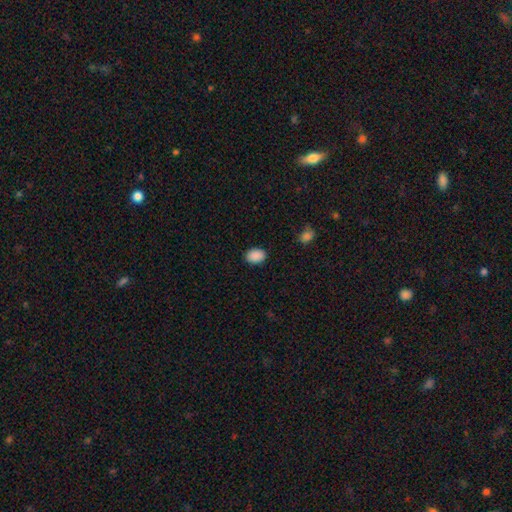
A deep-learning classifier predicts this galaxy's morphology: Smooth or featured? smooth (90%)
How rounded? in between (76%)
Merging? none (88%)